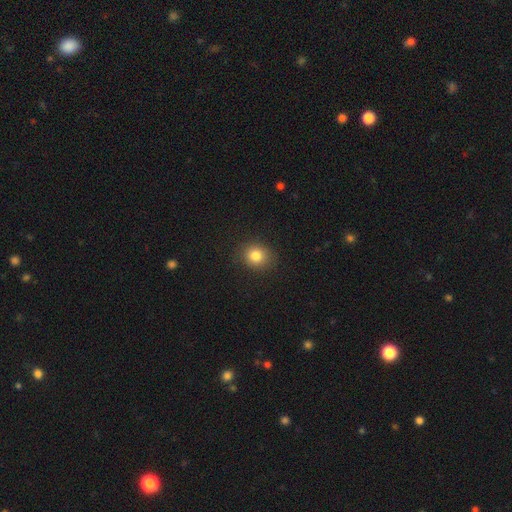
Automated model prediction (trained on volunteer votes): Morphology: type=smooth (83%); roundness=round (75%); merging=none (88%).